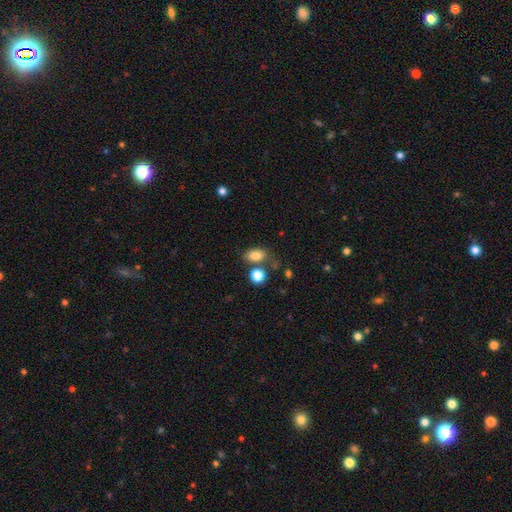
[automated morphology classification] type=smooth (83%); roundness=in between (80%); merging=none (61%).